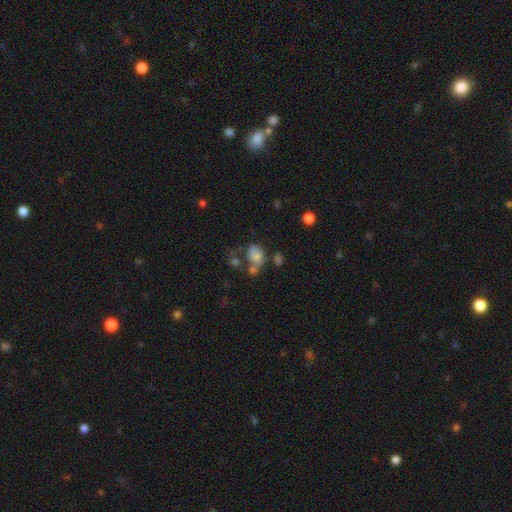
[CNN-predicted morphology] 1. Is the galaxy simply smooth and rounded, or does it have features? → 68% smooth, 20% featured or disk, 12% star or artifact.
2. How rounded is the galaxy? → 67% in between, 32% round, 1% cigar-shaped.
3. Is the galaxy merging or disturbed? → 33% merger, 30% none, 19% minor disturbance, 17% major disturbance.